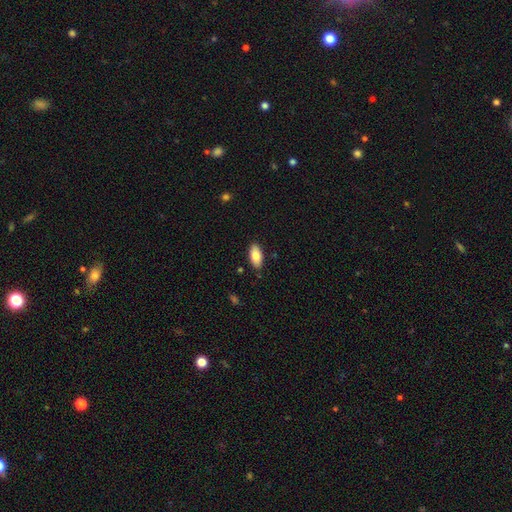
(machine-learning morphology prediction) Smooth or featured? Predicted: smooth (p=0.82). How rounded? Predicted: in between (p=0.92). Merging? Predicted: none (p=0.87).